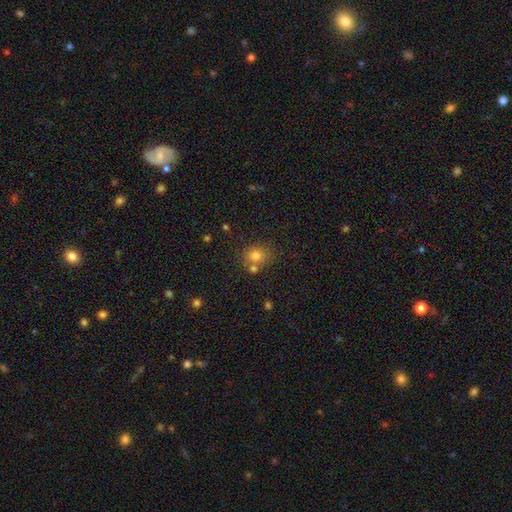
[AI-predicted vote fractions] Smooth or featured? smooth (78%)
How rounded? round (75%)
Merging? none (66%)